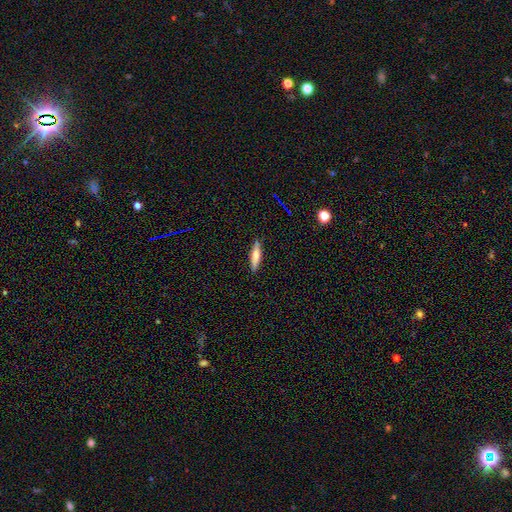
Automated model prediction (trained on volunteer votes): smooth-or-featured: smooth: 70% | featured or disk: 24% | star or artifact: 7%
  how-rounded: cigar-shaped: 81% | in between: 17% | round: 2%
  merging: none: 89% | minor disturbance: 8% | major disturbance: 2% | merger: 1%